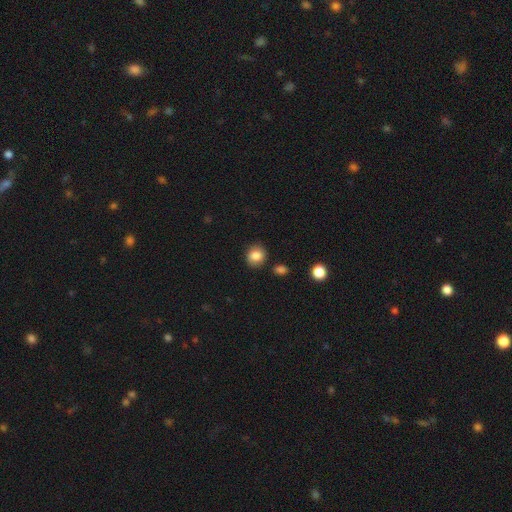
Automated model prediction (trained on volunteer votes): smooth 85%, star or artifact 9%, featured or disk 6%. Down the decision tree: how rounded — round (73%); merging — none (83%).